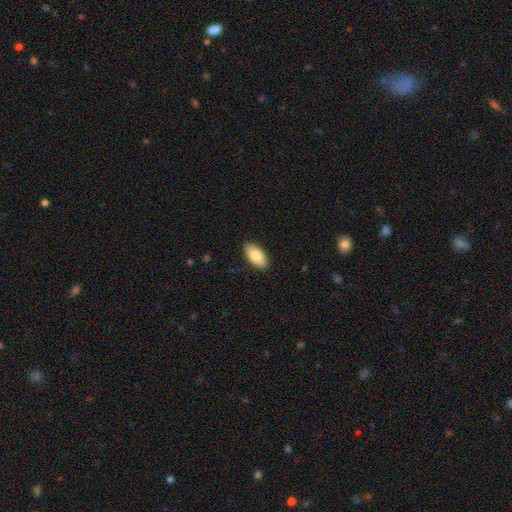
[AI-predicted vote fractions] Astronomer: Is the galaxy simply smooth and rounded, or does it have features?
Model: smooth — 82%.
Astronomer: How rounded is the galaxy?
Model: in between — 94%.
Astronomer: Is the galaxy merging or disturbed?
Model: none — 88%.